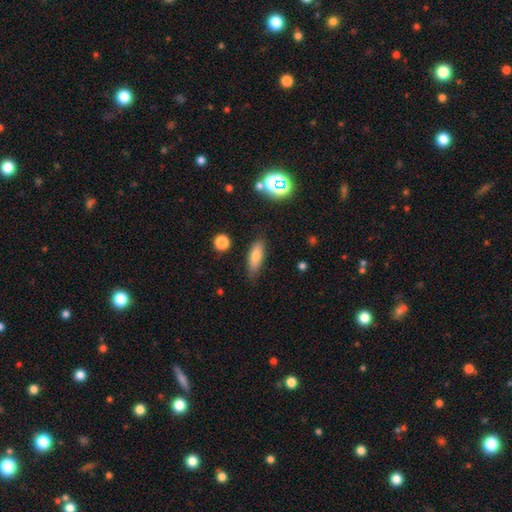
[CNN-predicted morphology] Q: Smooth or featured?
A: smooth (75%); runner-up: featured or disk (15%)
Q: How rounded?
A: in between (61%); runner-up: cigar-shaped (35%)
Q: Merging?
A: none (81%); runner-up: minor disturbance (13%)